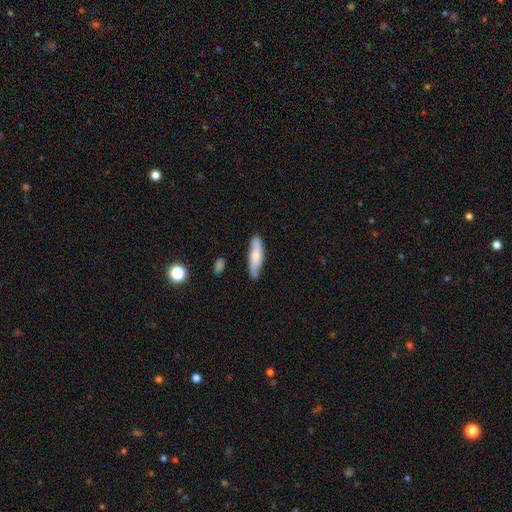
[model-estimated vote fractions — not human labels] Smooth or featured? smooth (62%)
How rounded? cigar-shaped (65%)
Merging? none (79%)